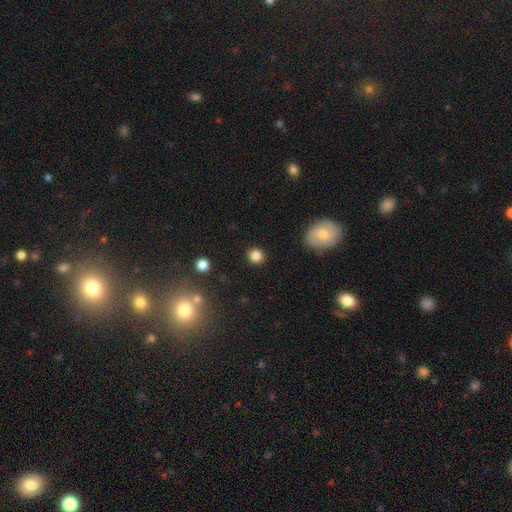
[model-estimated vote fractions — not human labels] smooth_or_featured: smooth (p=0.84) [alt: star or artifact p=0.11]
how_rounded: round (p=0.91) [alt: in between p=0.08]
merging: none (p=0.91) [alt: minor disturbance p=0.06]